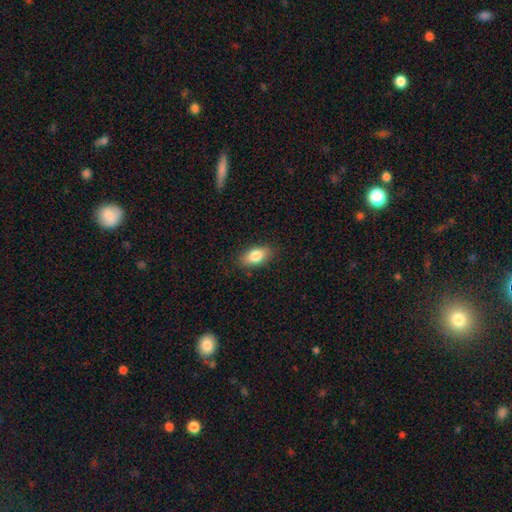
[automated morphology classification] A smooth galaxy with no disk features (82%) that is in between round and cigar-shaped (89%).

Vote fractions:
- Smooth or featured? smooth: 82% / featured or disk: 11% / star or artifact: 7%
- How rounded? in between: 89% / round: 6% / cigar-shaped: 6%
- Merging? none: 86% / minor disturbance: 10% / major disturbance: 2% / merger: 1%